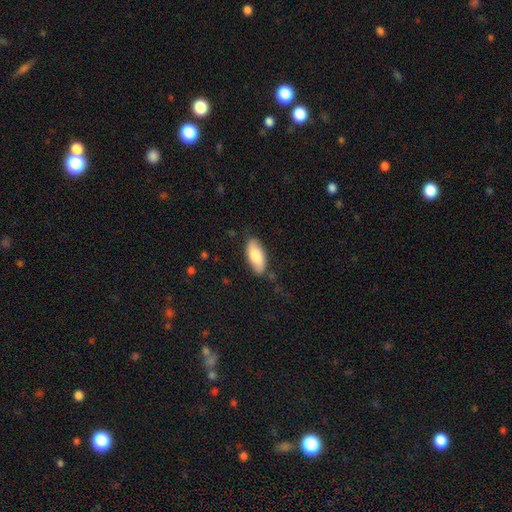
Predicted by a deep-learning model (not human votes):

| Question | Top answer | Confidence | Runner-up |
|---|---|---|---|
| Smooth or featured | smooth | 75% | featured or disk (19%) |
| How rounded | in between | 87% | cigar-shaped (11%) |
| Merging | none | 79% | minor disturbance (16%) |